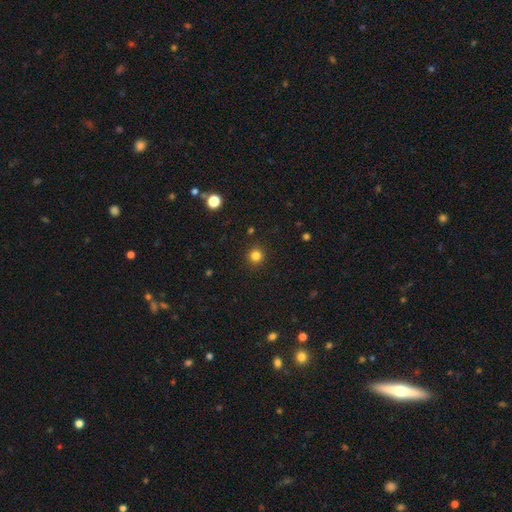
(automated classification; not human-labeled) Q: Smooth or featured?
A: smooth (82%); runner-up: star or artifact (14%)
Q: How rounded?
A: round (94%); runner-up: in between (5%)
Q: Merging?
A: none (92%); runner-up: minor disturbance (5%)